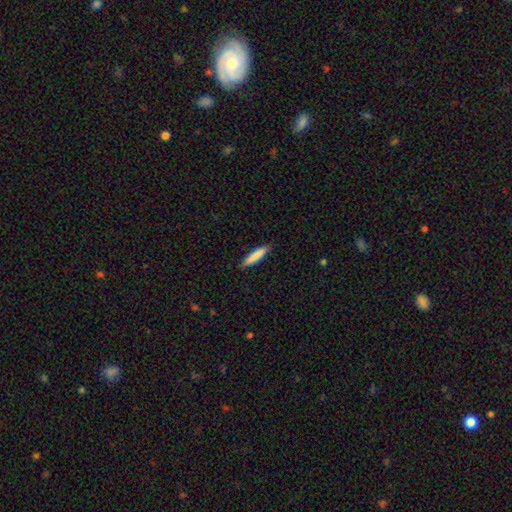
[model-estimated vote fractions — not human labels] Smooth or featured? smooth (82%)
How rounded? cigar-shaped (88%)
Merging? none (89%)